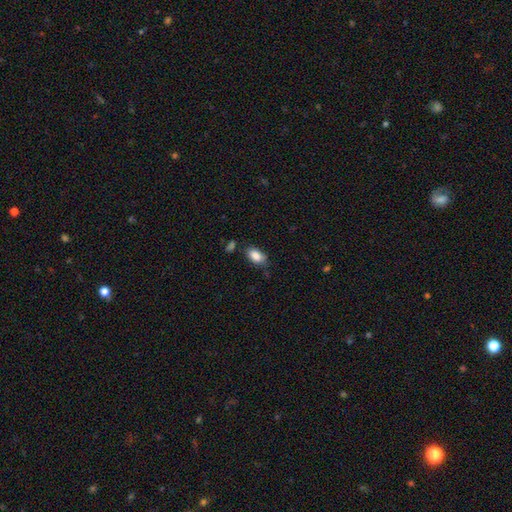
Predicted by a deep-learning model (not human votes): The model was most divided on "merging": none: 72%, minor disturbance: 19%, major disturbance: 4%, merger: 4%. More confident: how rounded — in between (91%); smooth or featured — smooth (87%).